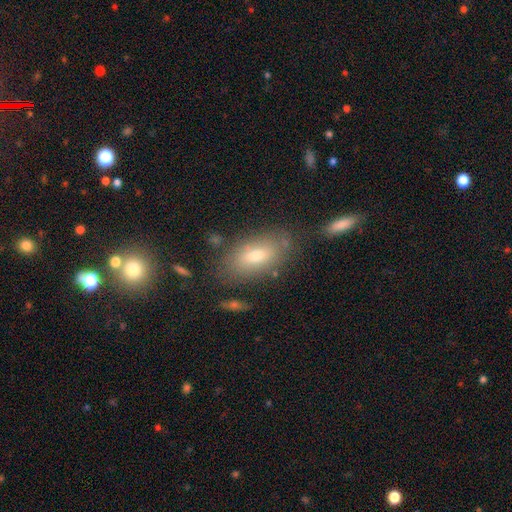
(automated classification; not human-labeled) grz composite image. It shows a smooth galaxy with no disk features (70%) that is in between round and cigar-shaped (87%). Merging: none (75%).